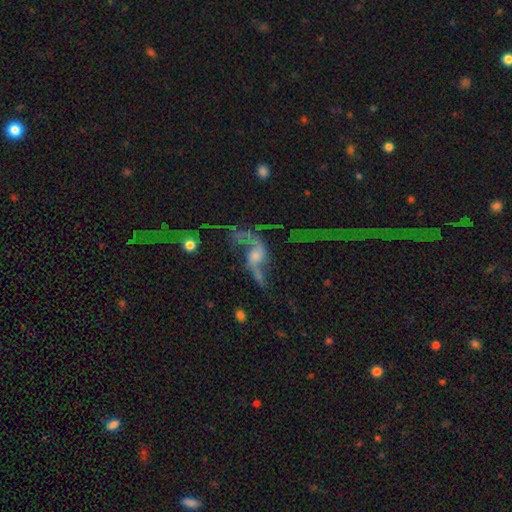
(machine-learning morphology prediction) This is likely a featured or disk galaxy (79%). It is clearly not viewed edge-on (91%). Bar: possibly no (57%). Spiral arm pattern: clearly yes (85%). Spiral arm count: clearly 2 (84%). Spiral winding: clearly loose (88%). Central bulge: marginally moderate (44%). Merging: marginally major disturbance (40%).